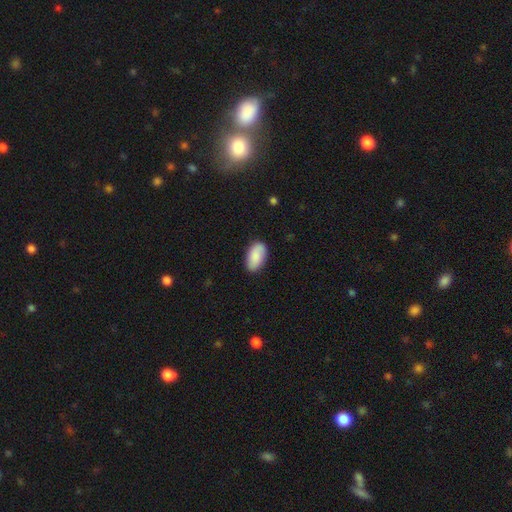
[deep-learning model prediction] smooth-or-featured: smooth: 82% | featured or disk: 12% | star or artifact: 6%
  how-rounded: in between: 94% | round: 4% | cigar-shaped: 2%
  merging: none: 84% | minor disturbance: 12% | major disturbance: 2% | merger: 1%